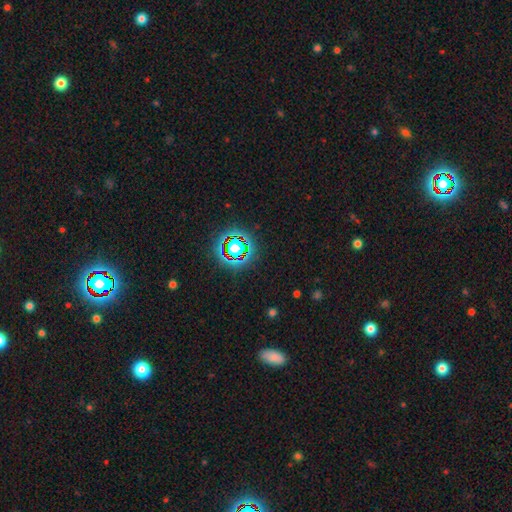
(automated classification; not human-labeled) A star or artifact, not a galaxy (76%).

Vote fractions:
- Smooth or featured? star or artifact: 76% / smooth: 16% / featured or disk: 9%